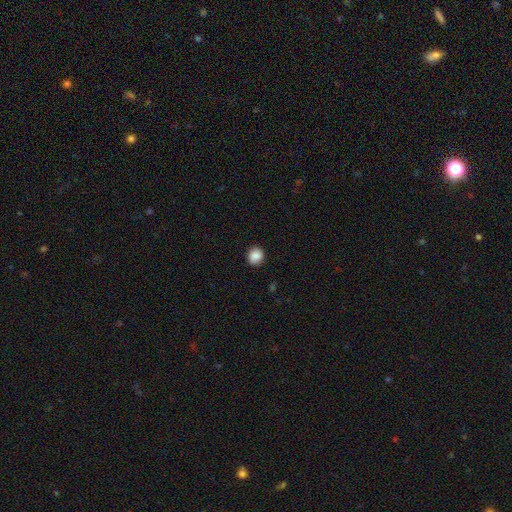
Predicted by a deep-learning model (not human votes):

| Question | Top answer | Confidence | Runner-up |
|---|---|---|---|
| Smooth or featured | smooth | 87% | star or artifact (9%) |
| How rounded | round | 81% | in between (18%) |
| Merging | none | 88% | minor disturbance (9%) |